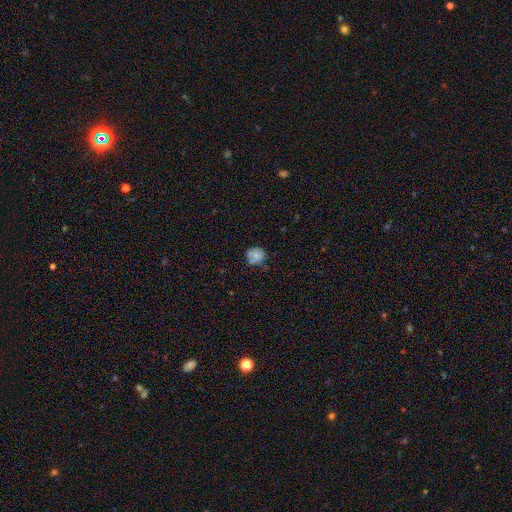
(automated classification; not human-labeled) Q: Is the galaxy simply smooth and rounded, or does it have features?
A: smooth — 70%.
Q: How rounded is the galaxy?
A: round — 79%.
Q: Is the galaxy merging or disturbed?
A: none — 58%.